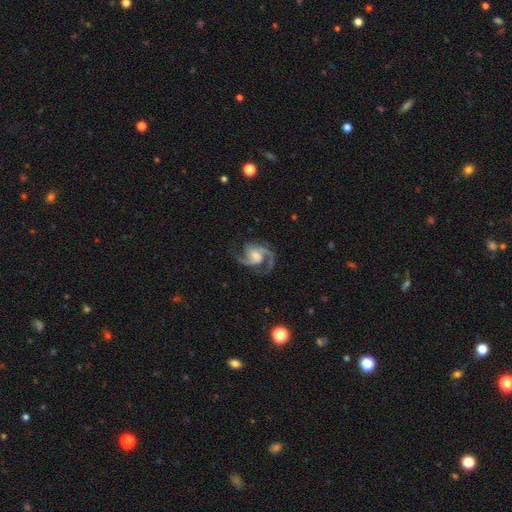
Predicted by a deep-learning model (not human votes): featured or disk 92%, star or artifact 4%, smooth 4%. Down the decision tree: edge-on disk — no (98%); bar — weak (46%); spiral arms — yes (98%); spiral arm count — 2 (75%); spiral winding — medium (64%); bulge size — moderate (42%); merging — none (74%).